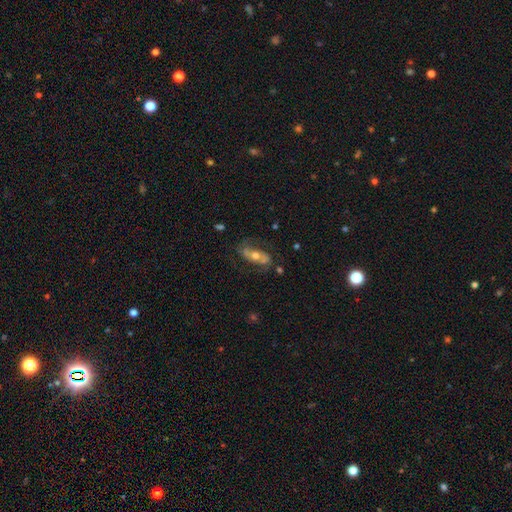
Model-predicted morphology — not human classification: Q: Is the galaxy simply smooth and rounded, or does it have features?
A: featured or disk — 65%.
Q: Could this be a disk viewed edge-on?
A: no — 85%.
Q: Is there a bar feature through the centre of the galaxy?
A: no — 61%.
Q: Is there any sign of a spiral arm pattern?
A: yes — 77%.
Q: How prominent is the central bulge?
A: moderate — 68%.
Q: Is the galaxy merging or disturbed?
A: none — 65%.